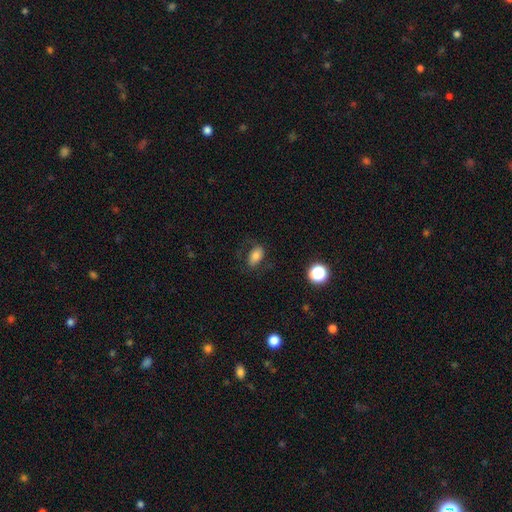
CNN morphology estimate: type=smooth (73%); roundness=in between (89%); merging=none (69%).